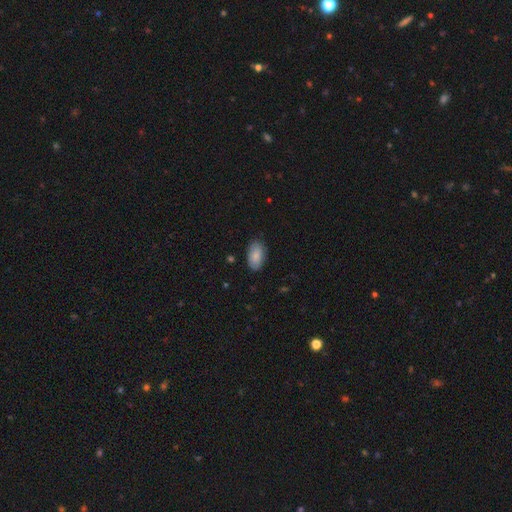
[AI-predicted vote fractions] A smooth galaxy with no disk features (82%) that is in between round and cigar-shaped (94%). Merging: none (84%).